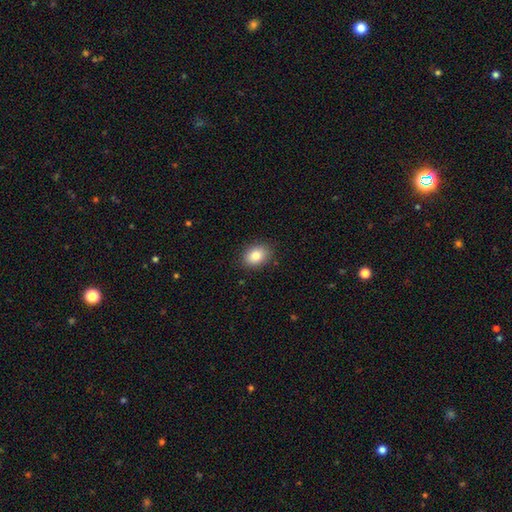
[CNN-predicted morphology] Smooth or featured? Predicted: smooth (p=0.83). How rounded? Predicted: in between (p=0.64). Merging? Predicted: none (p=0.87).